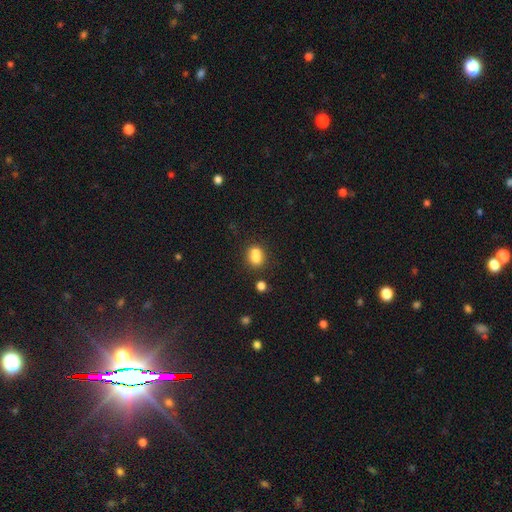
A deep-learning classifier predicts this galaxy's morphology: smooth 75%, featured or disk 14%, star or artifact 11%. Down the decision tree: how rounded — round (56%); merging — merger (48%).